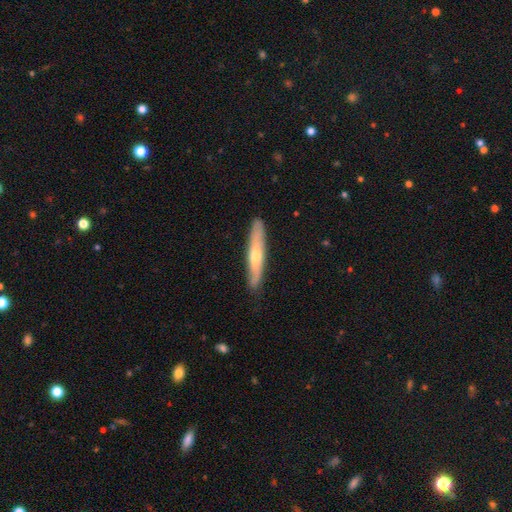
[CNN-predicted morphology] smooth_or_featured: featured or disk (p=0.49) [alt: smooth p=0.45]
merging: none (p=0.86) [alt: minor disturbance p=0.11]